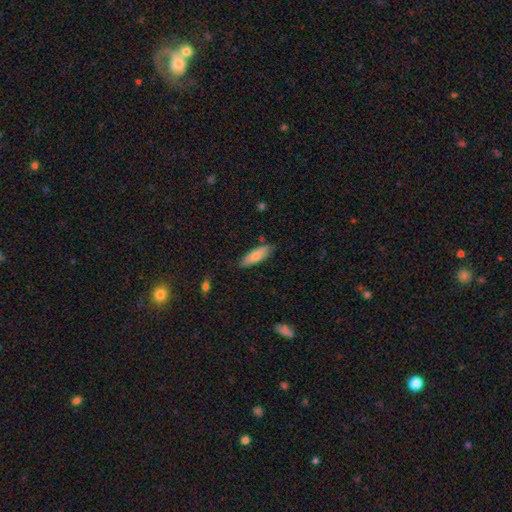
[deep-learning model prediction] smooth-or-featured: smooth: 80% | featured or disk: 14% | star or artifact: 6%
  how-rounded: in between: 59% | cigar-shaped: 39% | round: 2%
  merging: none: 79% | minor disturbance: 16% | major disturbance: 3% | merger: 2%